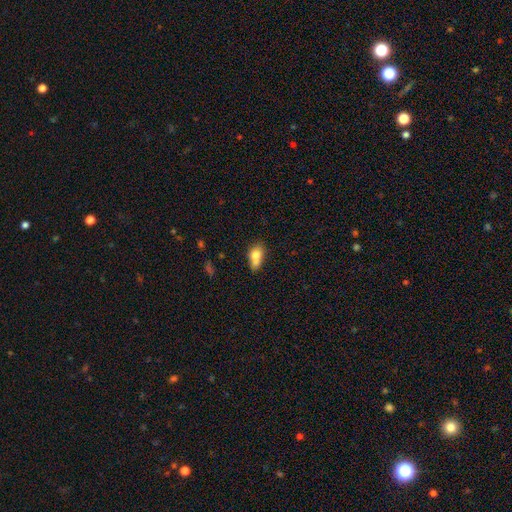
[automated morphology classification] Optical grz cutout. It shows a smooth galaxy with no disk features (74%) that is in between round and cigar-shaped (72%). Merging: merger (40%).